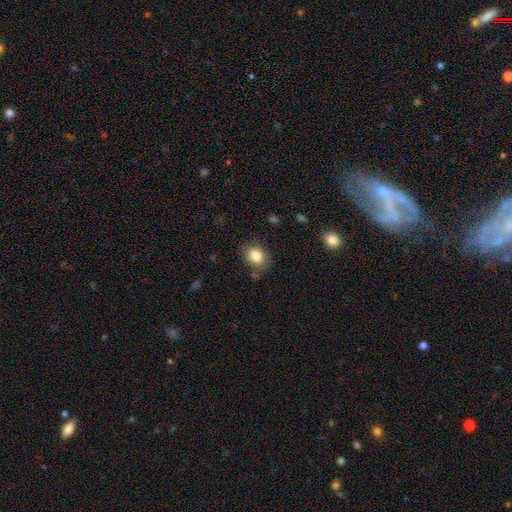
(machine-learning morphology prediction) A smooth galaxy with no disk features (84%) that is in between round and cigar-shaped (59%). Merging: none (78%).